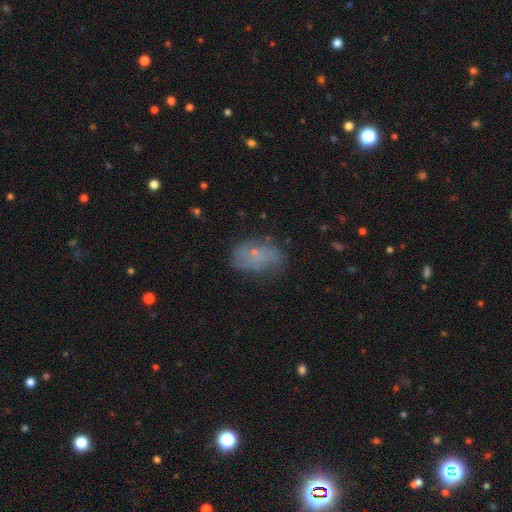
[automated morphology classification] Smooth or featured?
  - smooth: 53% *
  - featured or disk: 32%
  - star or artifact: 15%
How rounded?
  - in between: 88% *
  - round: 10%
  - cigar-shaped: 2%
Merging?
  - none: 63% *
  - minor disturbance: 25%
  - major disturbance: 10%
  - merger: 2%